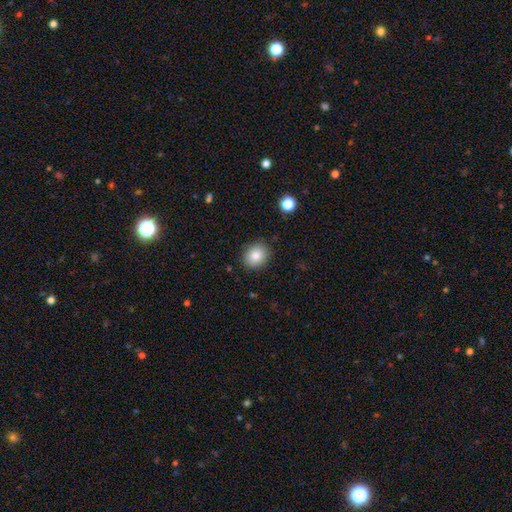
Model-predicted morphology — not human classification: Smooth or featured? Predicted: smooth (p=0.84). How rounded? Predicted: round (p=0.66). Merging? Predicted: none (p=0.87).